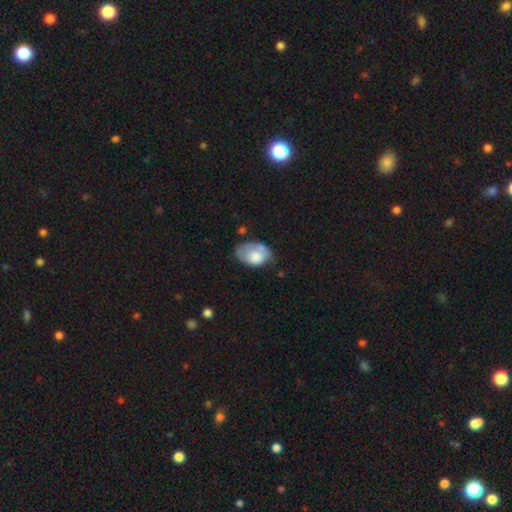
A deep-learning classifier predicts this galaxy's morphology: smooth-or-featured: smooth: 66% | featured or disk: 27% | star or artifact: 7%
  how-rounded: in between: 84% | round: 15% | cigar-shaped: 1%
  merging: none: 43% | minor disturbance: 36% | major disturbance: 15% | merger: 6%